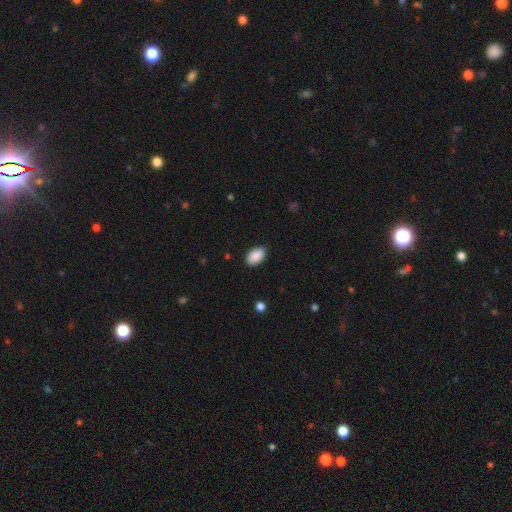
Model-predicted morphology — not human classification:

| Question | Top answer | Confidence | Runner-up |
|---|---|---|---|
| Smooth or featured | smooth | 90% | star or artifact (7%) |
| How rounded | in between | 93% | round (6%) |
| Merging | none | 87% | minor disturbance (9%) |